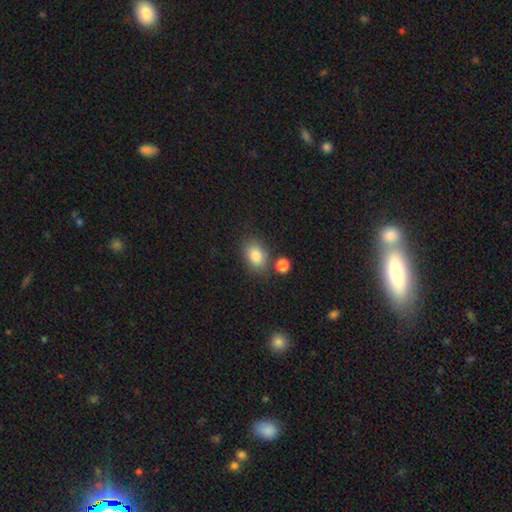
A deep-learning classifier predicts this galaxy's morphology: A smooth galaxy with no disk features (83%) that is in between round and cigar-shaped (78%).

Vote fractions:
- Smooth or featured? smooth: 83% / star or artifact: 9% / featured or disk: 8%
- How rounded? in between: 78% / round: 20% / cigar-shaped: 1%
- Merging? none: 70% / minor disturbance: 14% / merger: 11% / major disturbance: 4%